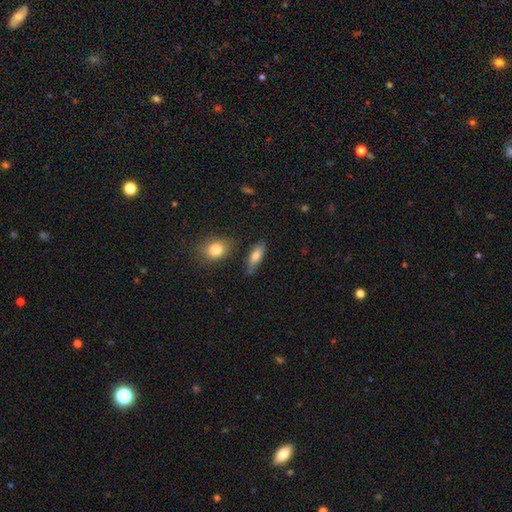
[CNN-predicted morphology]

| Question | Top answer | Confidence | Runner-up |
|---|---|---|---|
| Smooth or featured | smooth | 77% | featured or disk (15%) |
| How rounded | in between | 72% | cigar-shaped (25%) |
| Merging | none | 73% | minor disturbance (18%) |